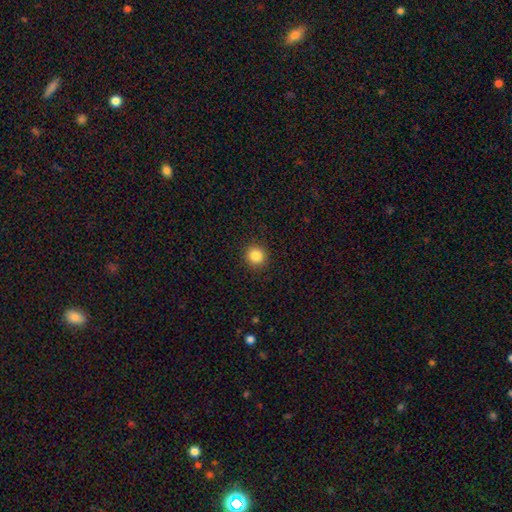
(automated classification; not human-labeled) smooth_or_featured: smooth (p=0.85) [alt: star or artifact p=0.11]
how_rounded: round (p=0.94) [alt: in between p=0.05]
merging: none (p=0.92) [alt: minor disturbance p=0.05]